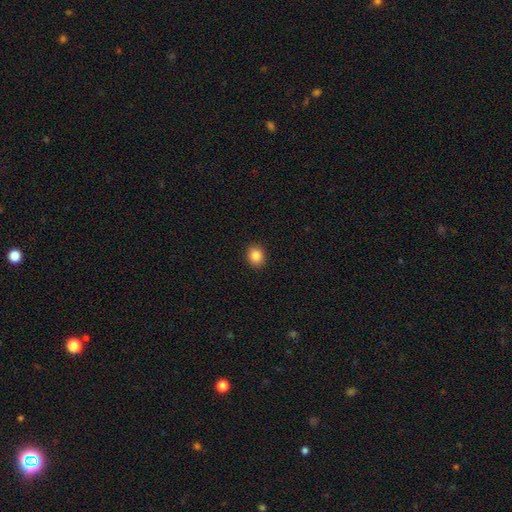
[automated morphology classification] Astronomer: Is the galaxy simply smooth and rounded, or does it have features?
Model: smooth — 86%.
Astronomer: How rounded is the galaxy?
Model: round — 73%.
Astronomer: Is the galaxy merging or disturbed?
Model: none — 92%.